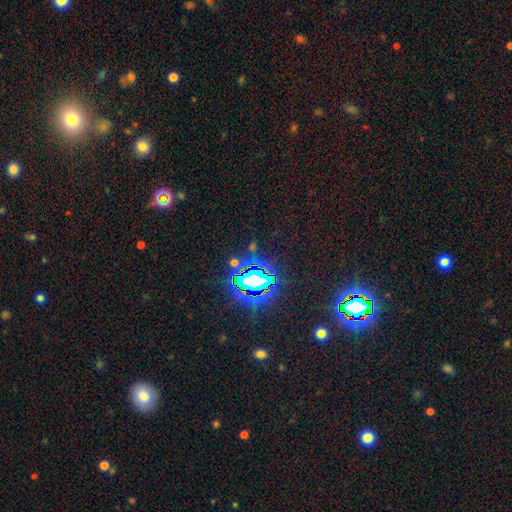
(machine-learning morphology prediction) This is likely a star or artifact rather than a galaxy (80%).